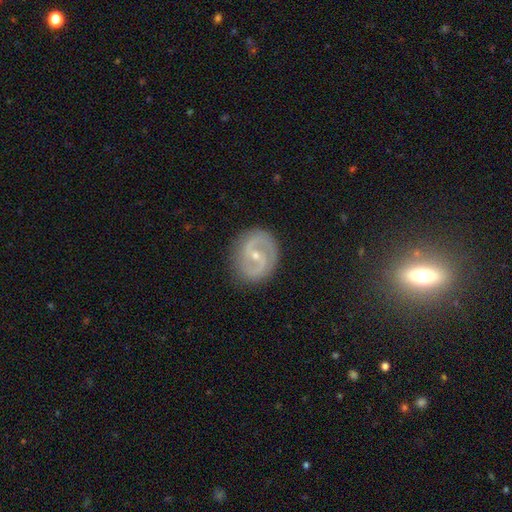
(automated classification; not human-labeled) This is clearly a featured or disk galaxy (86%). It is clearly not viewed edge-on (97%). Bar: marginally weak (43%). Spiral arm pattern: clearly yes (93%). Spiral arm count: clearly 2 (91%). Spiral winding: possibly medium (51%). Central bulge: likely small (67%). Merging: clearly none (86%).